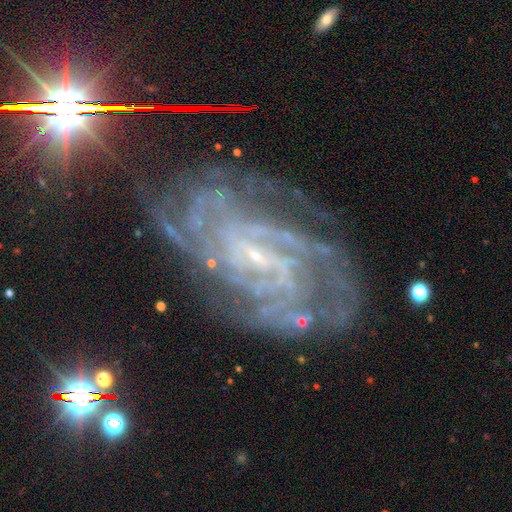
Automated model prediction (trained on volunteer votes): A featured or disk galaxy (87%) with a weak bar (44%), tight (65%) spiral arms (97%) and a small central bulge (80%).

Vote fractions:
- Smooth or featured? featured or disk: 87% / star or artifact: 9% / smooth: 4%
- Edge-on disk? no: 97% / yes: 3%
- Bar? weak: 44% / no: 35% / strong: 21%
- Spiral arms? yes: 97% / no: 3%
- Spiral winding? tight: 65% / medium: 30% / loose: 6%
- Spiral arm count? can't tell: 27% / 4: 21% / 2: 15% / 3: 15% / more than 4: 13% / 1: 8%
- Bulge size? small: 80% / none: 10% / moderate: 9% / large: 1% / dominant: 1%
- Merging? none: 70% / minor disturbance: 18% / major disturbance: 10% / merger: 2%